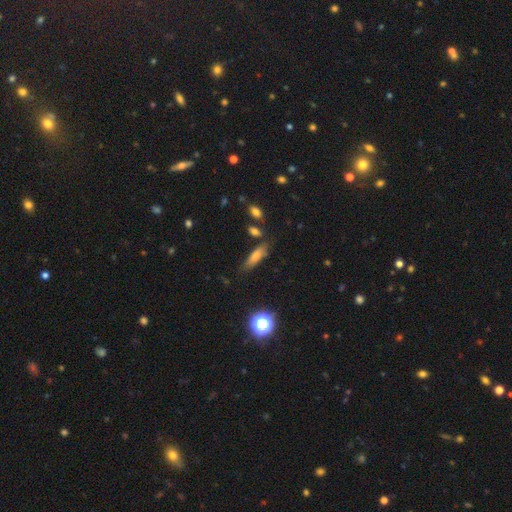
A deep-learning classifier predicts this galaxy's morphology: Smooth or featured: smooth — 67% (featured or disk — 21%)
How rounded: cigar-shaped — 52% (in between — 45%)
Merging: none — 73% (minor disturbance — 17%)